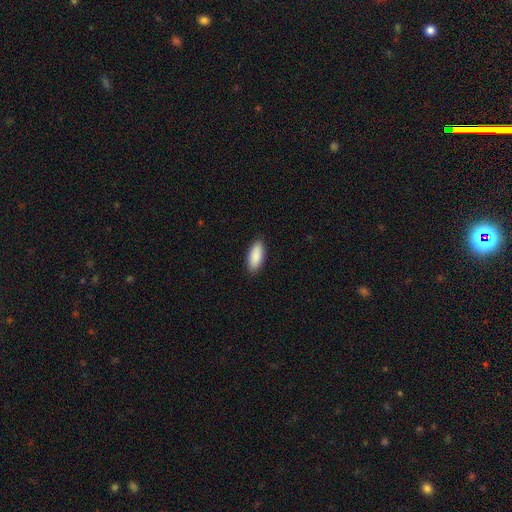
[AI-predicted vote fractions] Smooth or featured? Predicted: smooth (p=0.90). How rounded? Predicted: in between (p=0.85). Merging? Predicted: none (p=0.88).